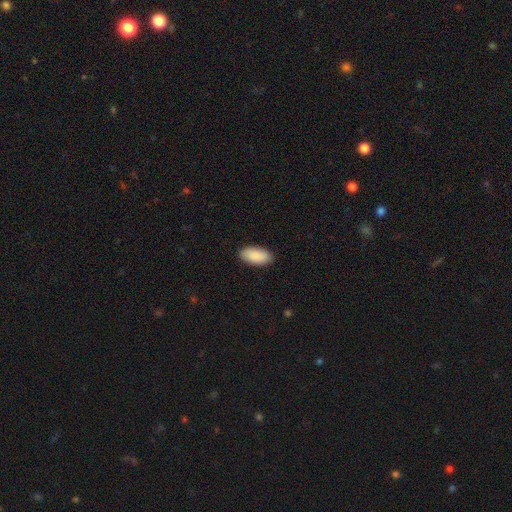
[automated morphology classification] smooth 91%, star or artifact 5%, featured or disk 4%. Down the decision tree: how rounded — in between (93%); merging — none (89%).